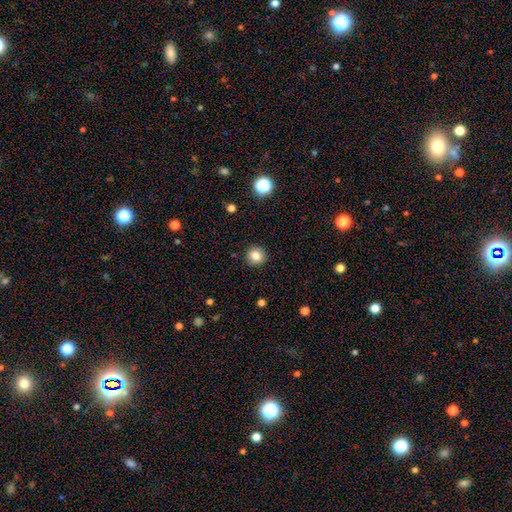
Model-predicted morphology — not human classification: type=smooth (83%); roundness=round (94%); merging=none (91%).